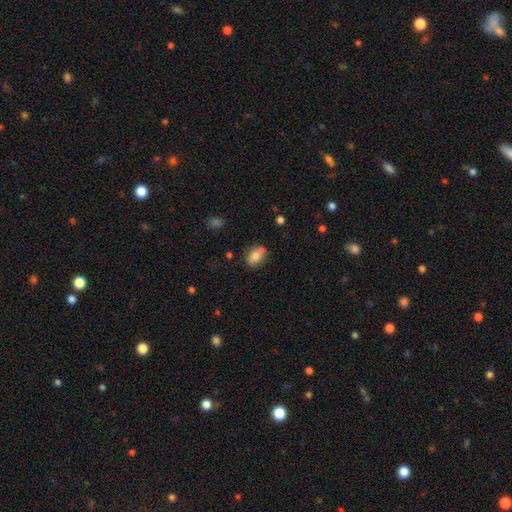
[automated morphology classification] smooth_or_featured: smooth (p=0.79) [alt: featured or disk p=0.12]
how_rounded: in between (p=0.75) [alt: round p=0.23]
merging: none (p=0.59) [alt: minor disturbance p=0.19]